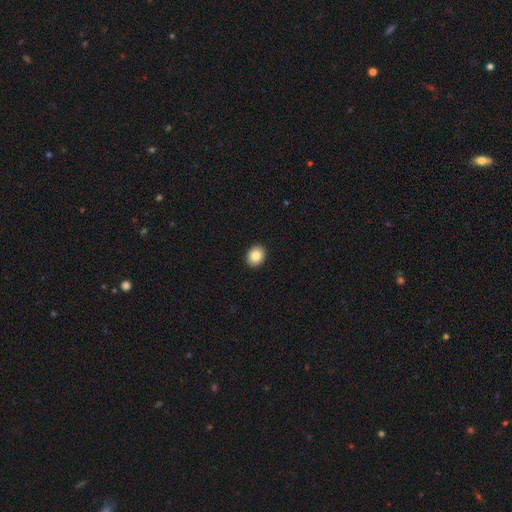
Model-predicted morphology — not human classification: Smooth or featured: smooth — 85% (star or artifact — 9%)
How rounded: round — 53% (in between — 46%)
Merging: none — 92% (minor disturbance — 6%)